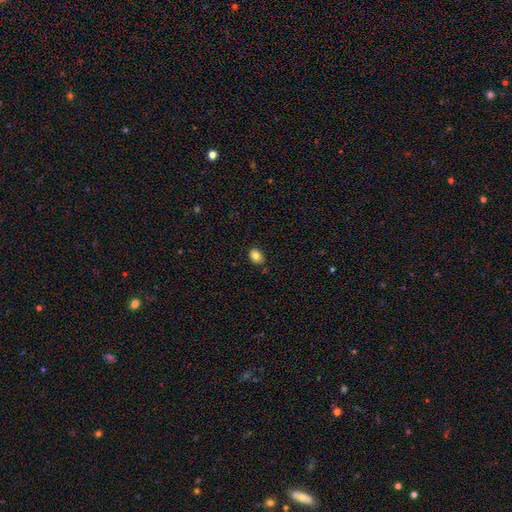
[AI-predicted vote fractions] Morphology: type=smooth (83%); roundness=in between (70%); merging=none (84%).